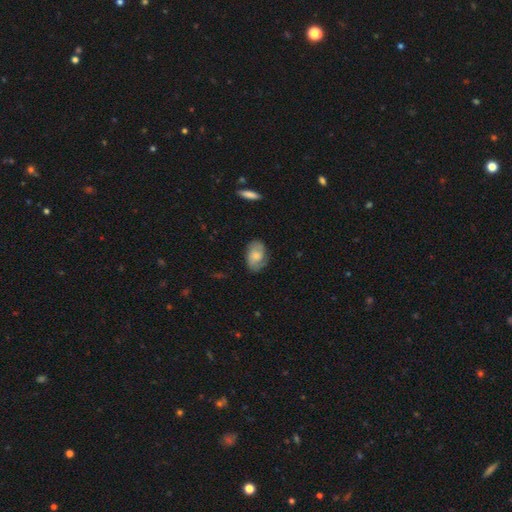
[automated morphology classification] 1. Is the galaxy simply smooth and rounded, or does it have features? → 47% featured or disk, 46% smooth, 7% star or artifact.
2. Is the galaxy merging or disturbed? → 73% none, 20% minor disturbance, 6% major disturbance, 1% merger.